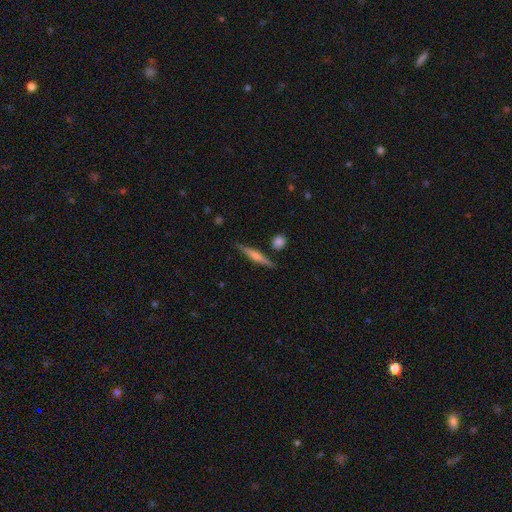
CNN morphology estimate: Smooth or featured? featured or disk (56%)
Edge-on disk? yes (96%)
Edge-on bulge? rounded (73%)
Merging? none (86%)